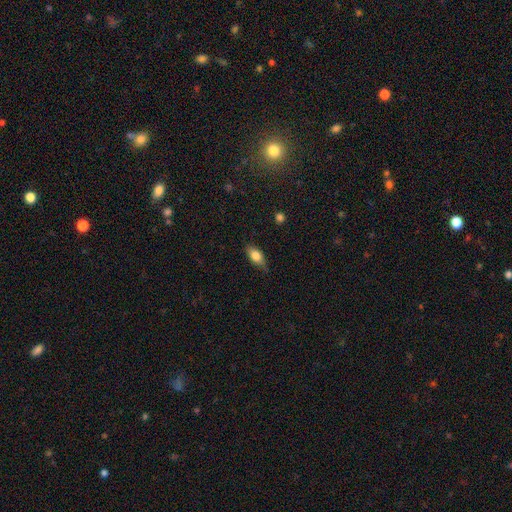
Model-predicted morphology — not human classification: Smooth or featured?
  - smooth: 76% *
  - featured or disk: 17%
  - star or artifact: 7%
How rounded?
  - in between: 84% *
  - cigar-shaped: 11%
  - round: 5%
Merging?
  - none: 75% *
  - minor disturbance: 20%
  - major disturbance: 4%
  - merger: 1%